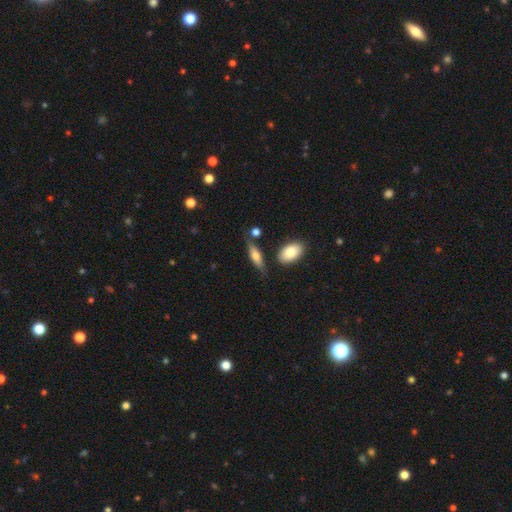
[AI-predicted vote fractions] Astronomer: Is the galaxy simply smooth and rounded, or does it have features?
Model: smooth — 61%.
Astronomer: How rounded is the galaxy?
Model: in between — 51% (runner-up: cigar-shaped, 45%).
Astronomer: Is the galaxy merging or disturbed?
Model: none — 71%.